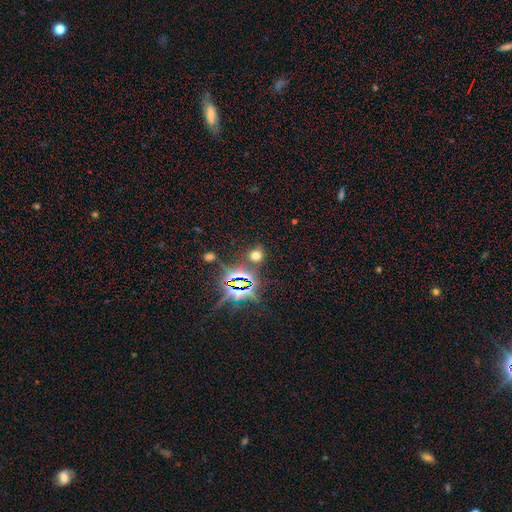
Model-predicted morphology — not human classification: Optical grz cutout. It shows a smooth galaxy with no disk features (48%). Merging: none (80%).